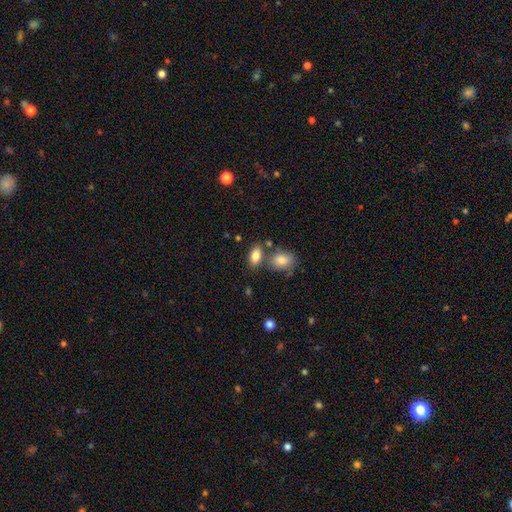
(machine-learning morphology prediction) Overall: smooth (83%). How rounded: in between (89%). Merging: none (63%).